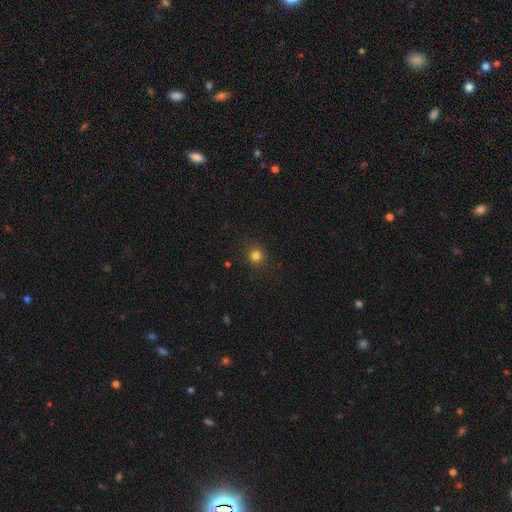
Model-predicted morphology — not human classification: The model was most divided on "smooth or featured": smooth: 81%, star or artifact: 14%, featured or disk: 5%. More confident: how rounded — round (89%); merging — none (88%).